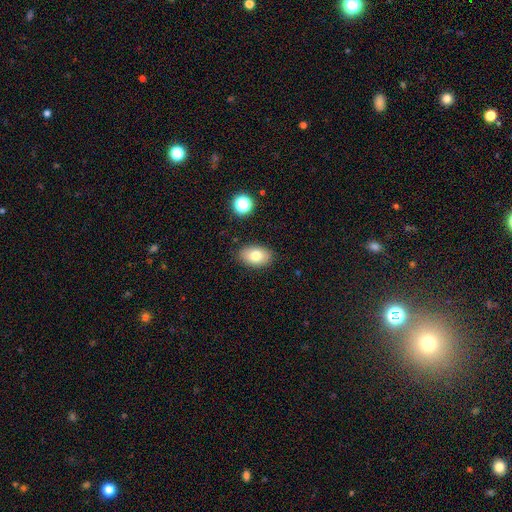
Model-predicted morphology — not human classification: type=smooth (78%); roundness=in between (88%); merging=none (86%).